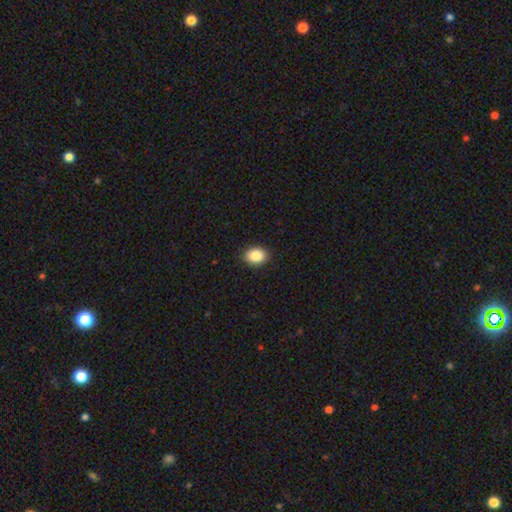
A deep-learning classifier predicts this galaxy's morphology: This is clearly a smooth galaxy (88%). How rounded: likely in between (61%). Merging: clearly none (90%).